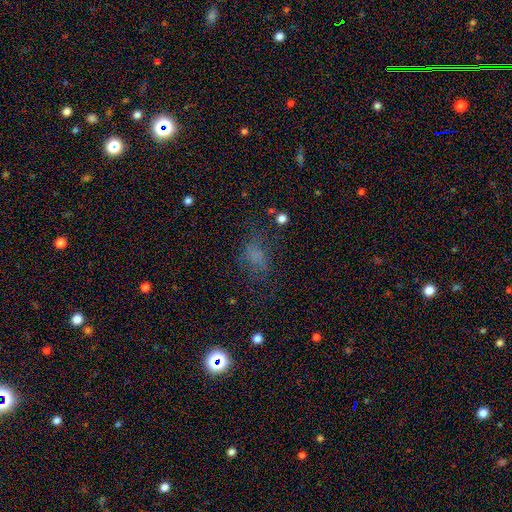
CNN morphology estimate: The model was most divided on "merging": none: 52%, major disturbance: 23%, minor disturbance: 22%, merger: 3%. More confident: how rounded — in between (72%); smooth or featured — smooth (58%).